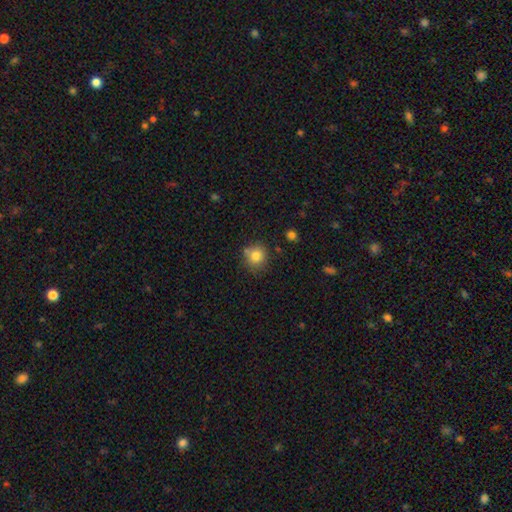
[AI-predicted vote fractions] The model was most divided on "merging": none: 74%, minor disturbance: 14%, merger: 8%, major disturbance: 3%. More confident: how rounded — round (87%); smooth or featured — smooth (80%).